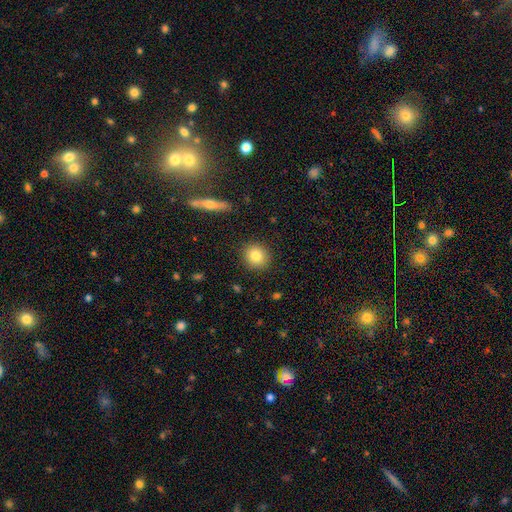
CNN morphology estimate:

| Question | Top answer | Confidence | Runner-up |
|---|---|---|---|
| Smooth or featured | smooth | 81% | star or artifact (9%) |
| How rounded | round | 86% | in between (13%) |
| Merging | none | 90% | minor disturbance (7%) |